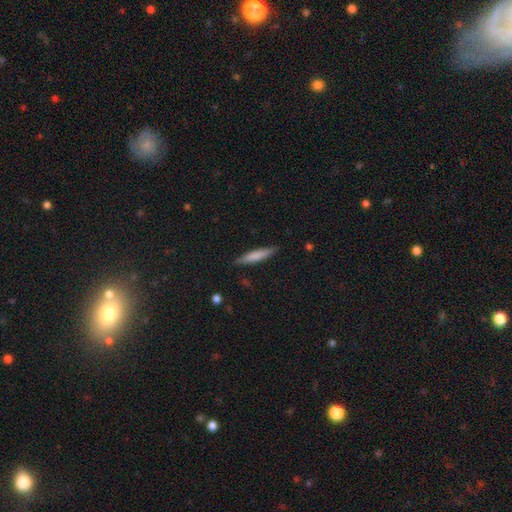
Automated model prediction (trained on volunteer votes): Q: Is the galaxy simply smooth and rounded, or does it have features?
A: smooth — 73%.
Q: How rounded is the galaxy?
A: cigar-shaped — 89%.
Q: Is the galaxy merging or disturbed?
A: none — 87%.